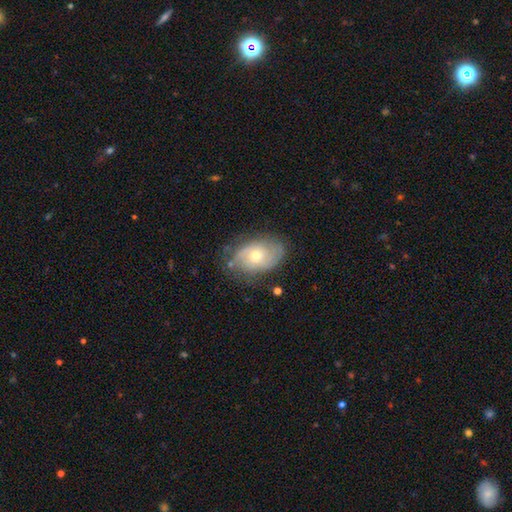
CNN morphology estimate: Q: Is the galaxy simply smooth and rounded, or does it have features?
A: featured or disk — 66%.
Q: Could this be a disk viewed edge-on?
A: no — 95%.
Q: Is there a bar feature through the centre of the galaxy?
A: no — 75%.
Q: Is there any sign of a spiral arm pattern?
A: yes — 83%.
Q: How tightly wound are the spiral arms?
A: tight — 48%.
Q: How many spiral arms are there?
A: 2 — 47%.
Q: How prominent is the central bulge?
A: moderate — 59%.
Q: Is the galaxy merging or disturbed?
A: none — 72%.